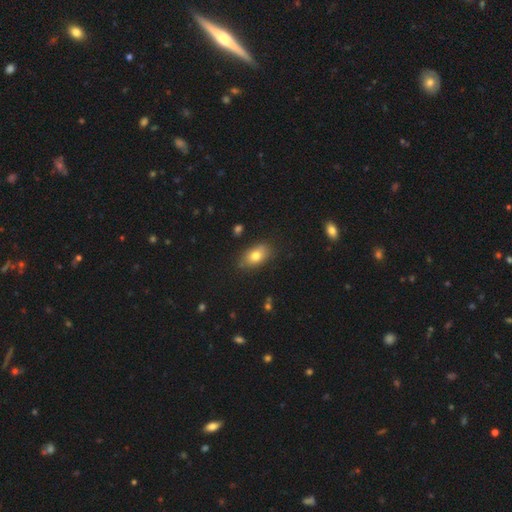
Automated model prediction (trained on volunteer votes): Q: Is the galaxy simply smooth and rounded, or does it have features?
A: smooth — 78%.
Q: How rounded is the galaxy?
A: in between — 87%.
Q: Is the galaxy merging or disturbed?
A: none — 82%.